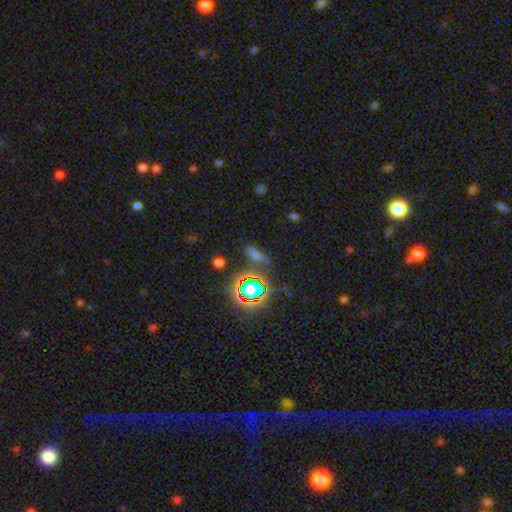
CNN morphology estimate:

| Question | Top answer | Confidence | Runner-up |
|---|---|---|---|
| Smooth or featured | star or artifact | 46% | smooth (40%) |